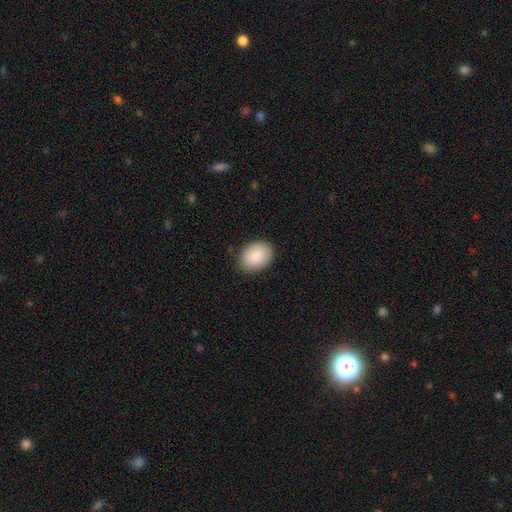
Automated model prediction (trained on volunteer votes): Smooth or featured? Predicted: smooth (p=0.89). How rounded? Predicted: in between (p=0.78). Merging? Predicted: none (p=0.86).